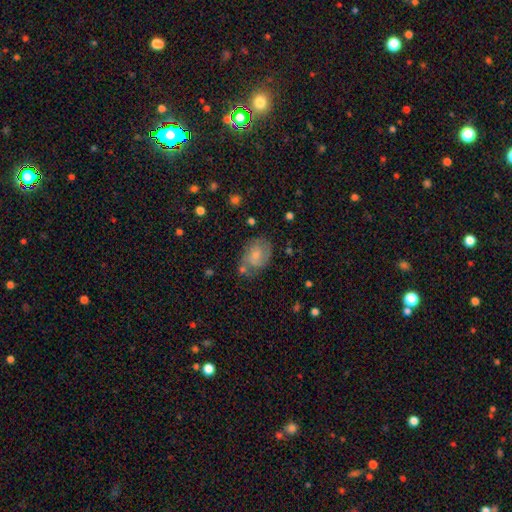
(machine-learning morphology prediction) smooth_or_featured: smooth (p=0.58) [alt: featured or disk p=0.33]
how_rounded: in between (p=0.70) [alt: round p=0.29]
merging: none (p=0.55) [alt: minor disturbance p=0.26]